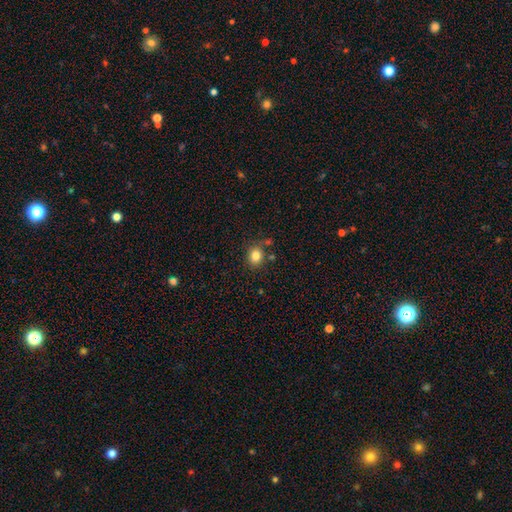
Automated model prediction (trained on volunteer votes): This appears to be a smooth galaxy with no disk features (82%) that is round (72%). Merging: none (77%).